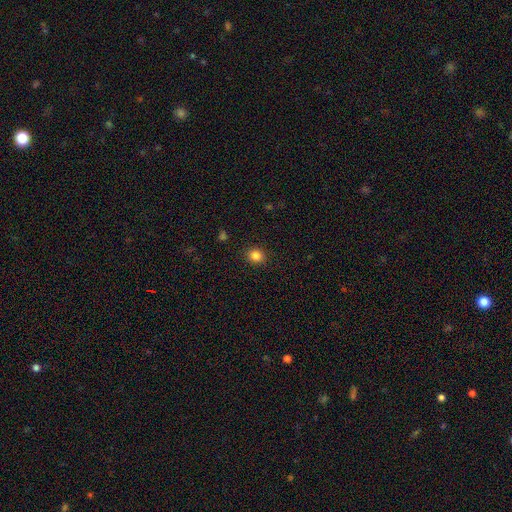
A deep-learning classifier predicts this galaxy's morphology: Overall: smooth (84%). How rounded: round (74%). Merging: none (90%).